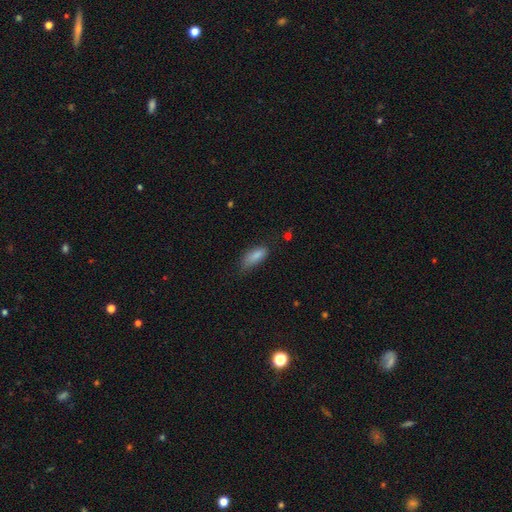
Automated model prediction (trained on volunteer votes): Smooth or featured: smooth — 84% (featured or disk — 8%)
How rounded: in between — 78% (cigar-shaped — 19%)
Merging: none — 52% (minor disturbance — 35%)